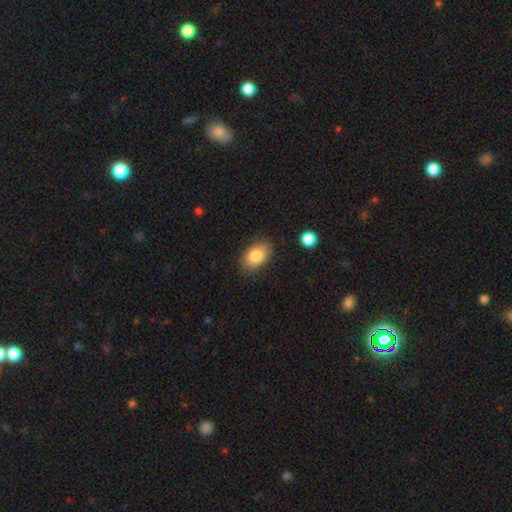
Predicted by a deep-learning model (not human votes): Smooth or featured? Predicted: smooth (p=0.83). How rounded? Predicted: in between (p=0.89). Merging? Predicted: none (p=0.82).